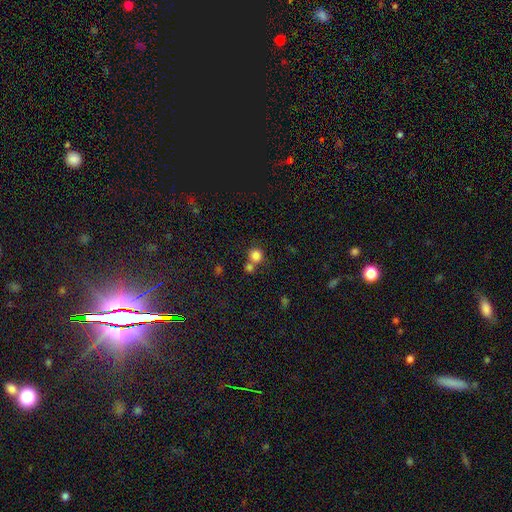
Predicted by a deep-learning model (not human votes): smooth 82%, star or artifact 12%, featured or disk 6%. Down the decision tree: how rounded — round (88%); merging — none (55%).